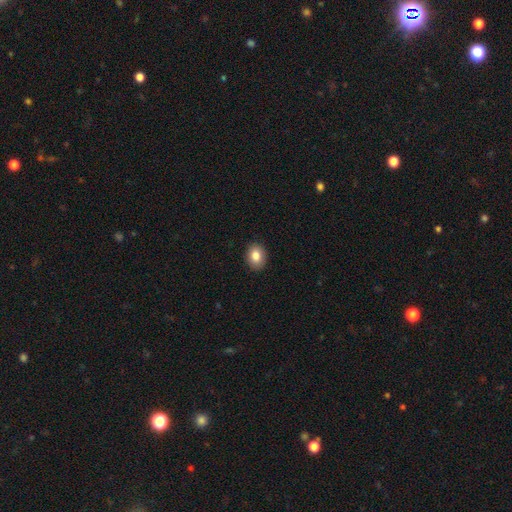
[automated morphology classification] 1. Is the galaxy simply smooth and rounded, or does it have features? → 84% smooth, 9% star or artifact, 7% featured or disk.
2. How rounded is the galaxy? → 62% in between, 37% round, 1% cigar-shaped.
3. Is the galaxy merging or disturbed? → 90% none, 7% minor disturbance, 2% major disturbance, 1% merger.